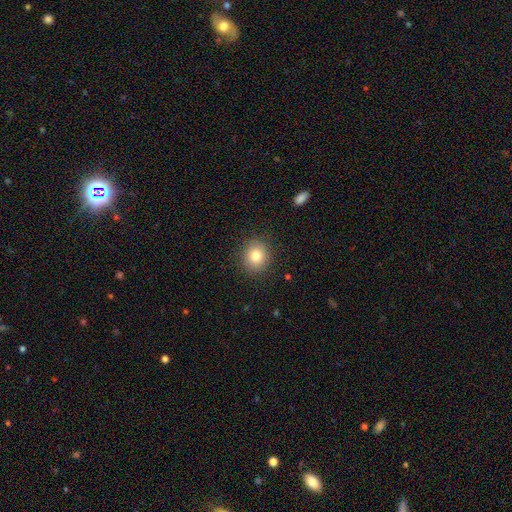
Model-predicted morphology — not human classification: smooth-or-featured: smooth: 81% | star or artifact: 10% | featured or disk: 9%
  how-rounded: round: 78% | in between: 21% | cigar-shaped: 1%
  merging: none: 88% | minor disturbance: 8% | major disturbance: 3% | merger: 1%